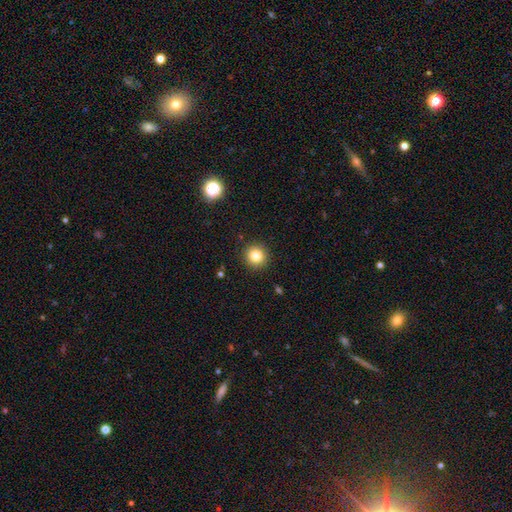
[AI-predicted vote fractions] smooth-or-featured: smooth: 82% | star or artifact: 12% | featured or disk: 6%
  how-rounded: round: 94% | in between: 5% | cigar-shaped: 1%
  merging: none: 91% | minor disturbance: 6% | major disturbance: 2% | merger: 1%